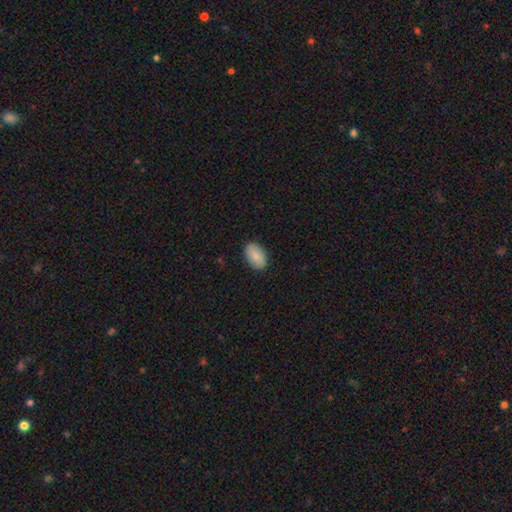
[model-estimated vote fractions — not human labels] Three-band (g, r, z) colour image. It shows a smooth galaxy with no disk features (83%) that is in between round and cigar-shaped (92%). Merging: none (89%).